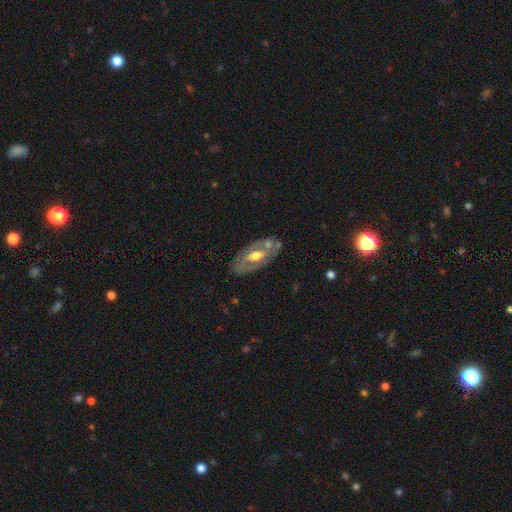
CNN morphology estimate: A featured or disk galaxy (71%) with no bar (47%), no spiral arms (56%) and a moderate central bulge (72%).

Vote fractions:
- Smooth or featured? featured or disk: 71% / smooth: 24% / star or artifact: 5%
- Edge-on disk? no: 86% / yes: 14%
- Bar? no: 47% / weak: 32% / strong: 20%
- Spiral arms? no: 56% / yes: 44%
- Bulge size? moderate: 72% / small: 14% / large: 12% / none: 1% / dominant: 1%
- Merging? none: 71% / minor disturbance: 18% / major disturbance: 6% / merger: 6%